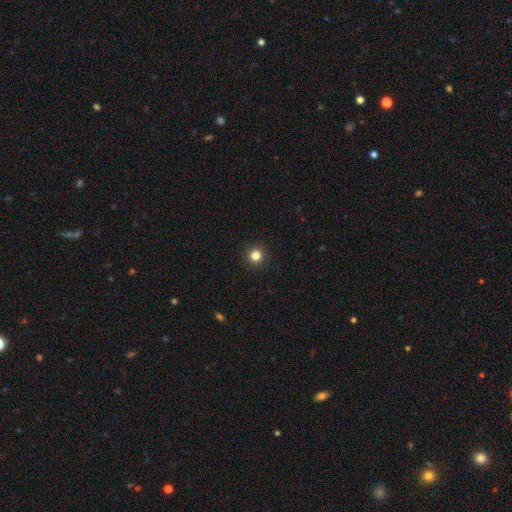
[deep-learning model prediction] Smooth or featured? smooth (83%)
How rounded? round (95%)
Merging? none (93%)